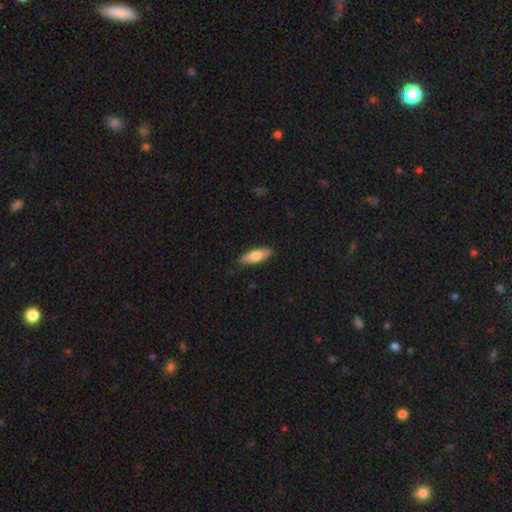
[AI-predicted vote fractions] smooth_or_featured: smooth (p=0.74) [alt: featured or disk p=0.21]
how_rounded: in between (p=0.60) [alt: cigar-shaped p=0.38]
merging: none (p=0.81) [alt: minor disturbance p=0.16]